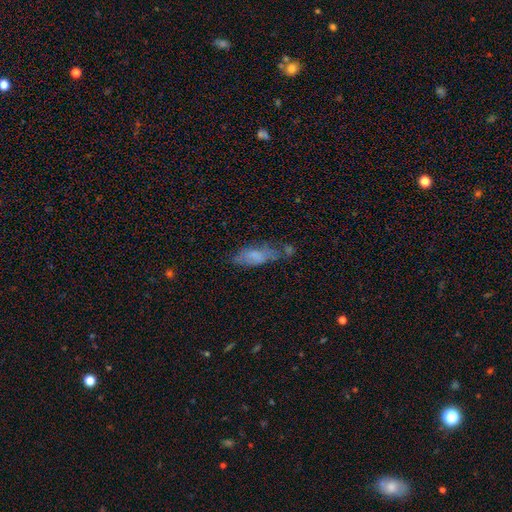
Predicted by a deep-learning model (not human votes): Morphology: type=smooth (65%); roundness=in between (60%); merging=none (45%).